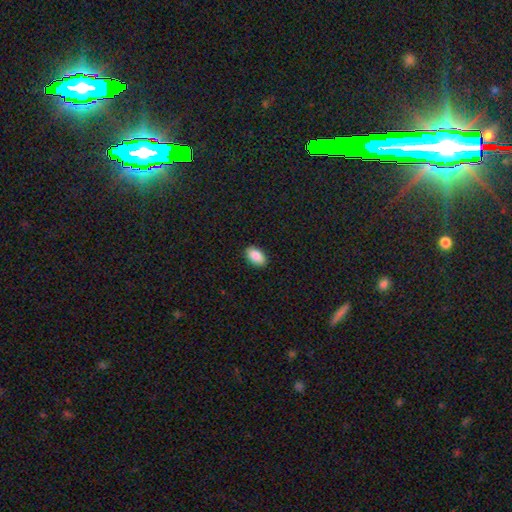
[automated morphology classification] Smooth or featured: smooth — 88% (star or artifact — 7%)
How rounded: in between — 93% (round — 5%)
Merging: none — 90% (minor disturbance — 7%)